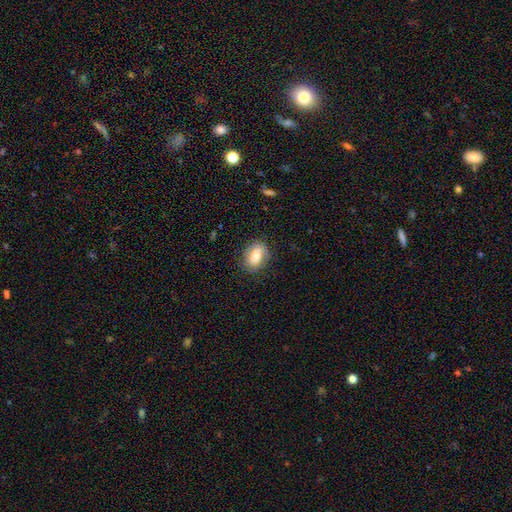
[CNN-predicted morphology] The model was most divided on "smooth or featured": smooth: 74%, featured or disk: 18%, star or artifact: 8%. More confident: how rounded — in between (82%); merging — none (78%).